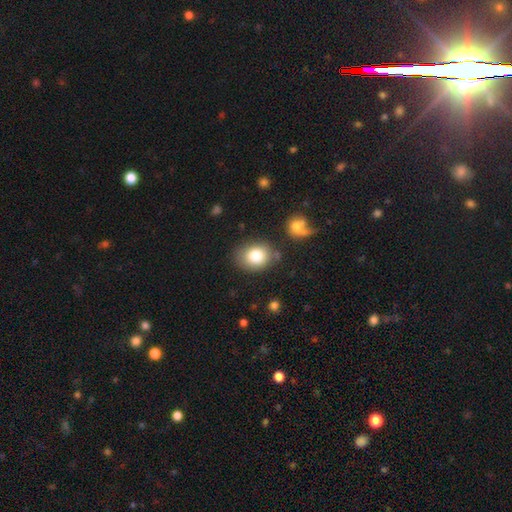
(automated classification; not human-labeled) Q: Smooth or featured?
A: smooth (82%); runner-up: featured or disk (10%)
Q: How rounded?
A: in between (50%); runner-up: round (49%)
Q: Merging?
A: none (75%); runner-up: minor disturbance (14%)